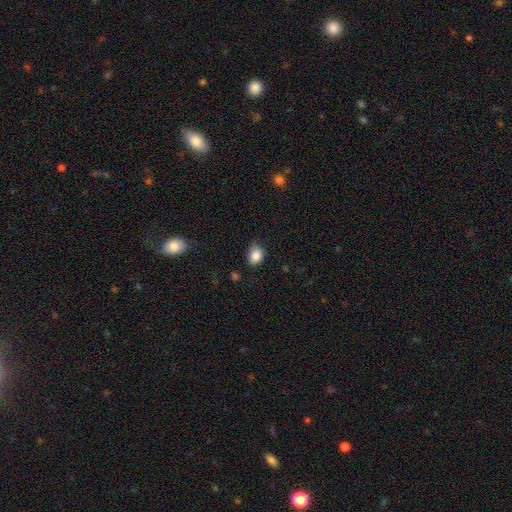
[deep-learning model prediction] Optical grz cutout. It shows a smooth galaxy with no disk features (85%) that is in between round and cigar-shaped (50%). Merging: none (59%).